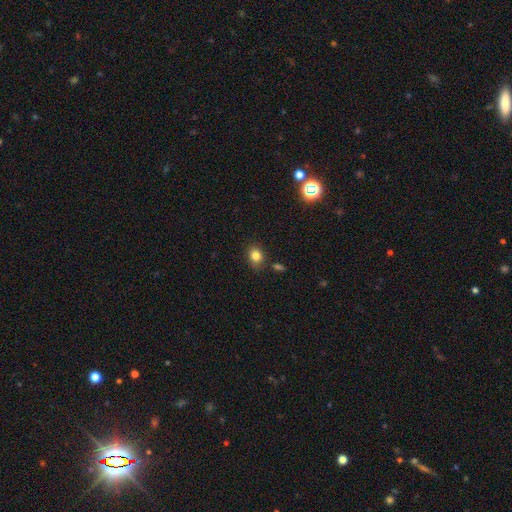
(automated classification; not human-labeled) Smooth or featured? smooth (82%)
How rounded? round (56%)
Merging? none (81%)